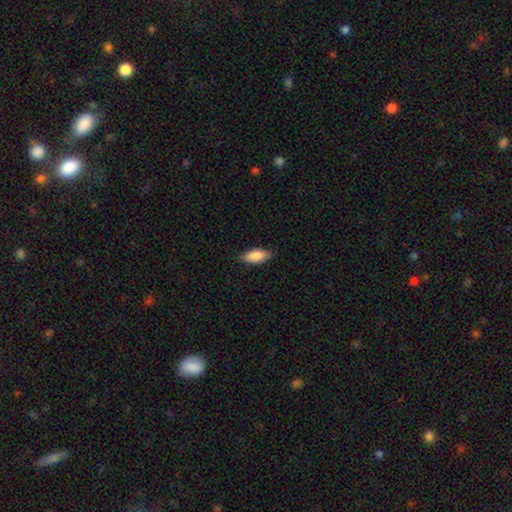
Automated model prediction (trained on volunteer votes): smooth 87%, featured or disk 7%, star or artifact 6%. Down the decision tree: how rounded — in between (83%); merging — none (83%).